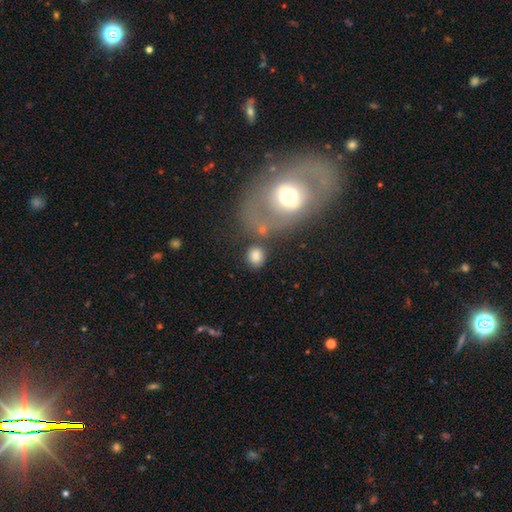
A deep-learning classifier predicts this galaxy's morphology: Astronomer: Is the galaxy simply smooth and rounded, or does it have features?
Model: smooth — 82%.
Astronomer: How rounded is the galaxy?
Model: round — 74%.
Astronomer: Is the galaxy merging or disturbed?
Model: none — 73%.